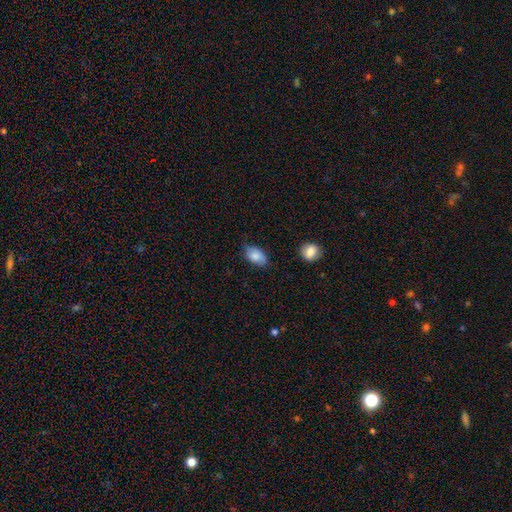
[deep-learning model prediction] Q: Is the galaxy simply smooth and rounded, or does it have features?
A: smooth — 78%.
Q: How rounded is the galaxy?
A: in between — 90%.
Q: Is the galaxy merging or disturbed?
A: none — 66%.